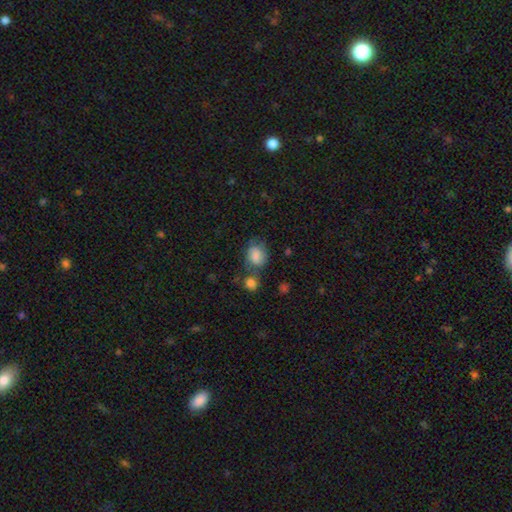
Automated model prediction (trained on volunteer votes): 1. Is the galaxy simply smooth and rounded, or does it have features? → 77% smooth, 13% featured or disk, 10% star or artifact.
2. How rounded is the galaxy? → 52% in between, 47% round, 1% cigar-shaped.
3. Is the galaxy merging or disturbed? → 51% none, 21% minor disturbance, 18% merger, 9% major disturbance.